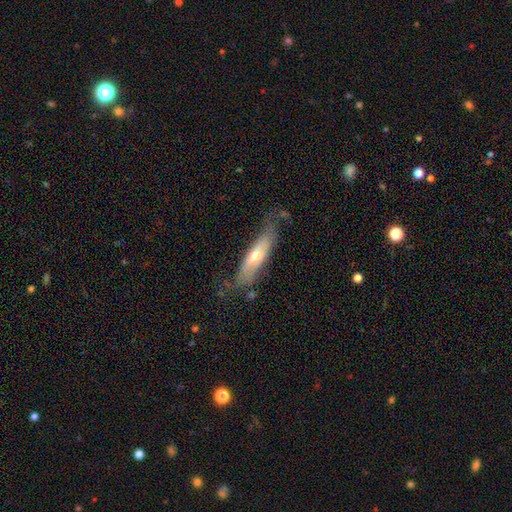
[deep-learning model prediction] smooth-or-featured: featured or disk: 49% | smooth: 45% | star or artifact: 7%
  merging: none: 57% | minor disturbance: 28% | major disturbance: 12% | merger: 3%